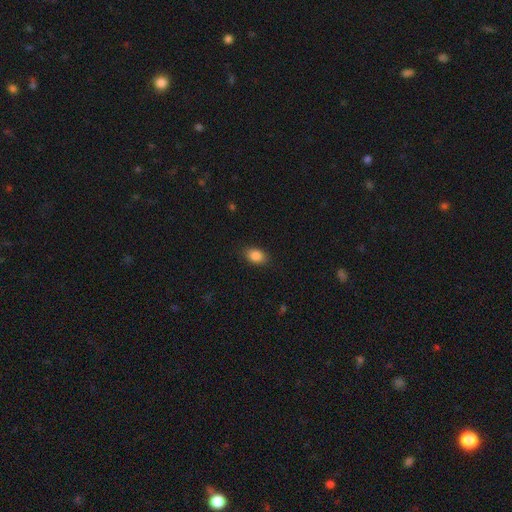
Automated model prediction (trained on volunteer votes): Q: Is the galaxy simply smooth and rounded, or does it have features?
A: smooth — 87%.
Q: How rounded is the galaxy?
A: in between — 82%.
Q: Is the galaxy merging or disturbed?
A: none — 86%.